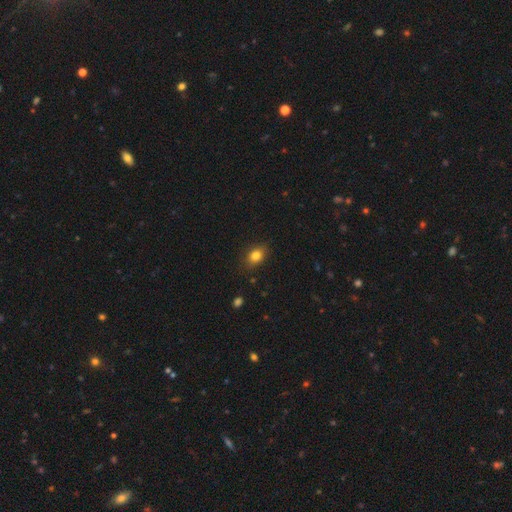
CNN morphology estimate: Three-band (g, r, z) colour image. It shows a smooth galaxy with no disk features (81%) that is in between round and cigar-shaped (66%). Merging: none (83%).